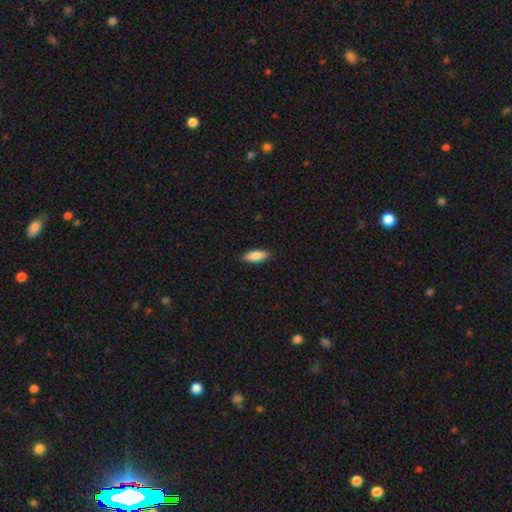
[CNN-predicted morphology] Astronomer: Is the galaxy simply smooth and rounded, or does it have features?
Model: smooth — 87%.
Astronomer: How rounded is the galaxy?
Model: in between — 76%.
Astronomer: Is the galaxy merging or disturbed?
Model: none — 89%.